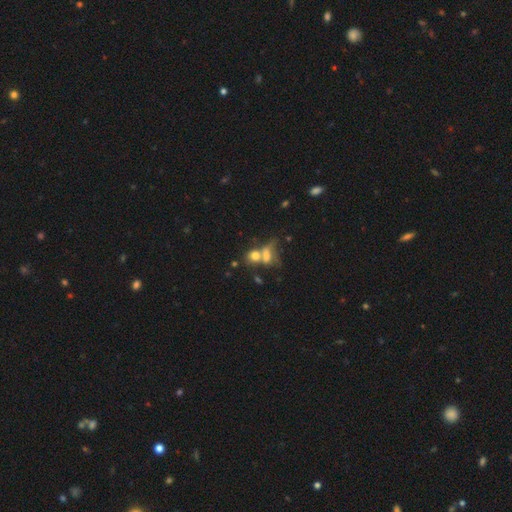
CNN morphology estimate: Smooth or featured? smooth (67%)
How rounded? in between (54%)
Merging? merger (56%)